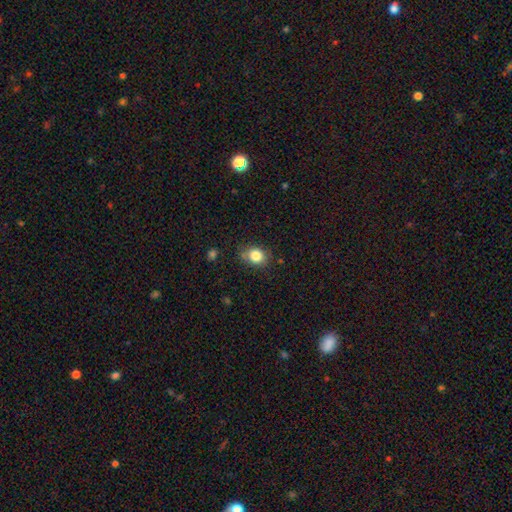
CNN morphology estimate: A smooth galaxy with no disk features (83%) that is round (59%).

Vote fractions:
- Smooth or featured? smooth: 83% / star or artifact: 10% / featured or disk: 7%
- How rounded? round: 59% / in between: 40% / cigar-shaped: 1%
- Merging? none: 73% / minor disturbance: 19% / major disturbance: 4% / merger: 4%